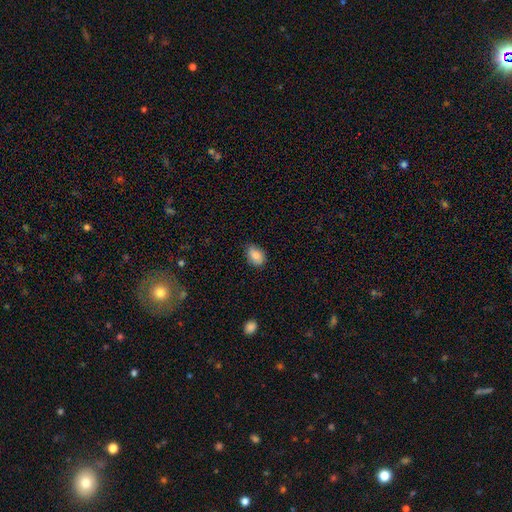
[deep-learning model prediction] This is clearly a smooth galaxy (87%). How rounded: clearly in between (83%). Merging: likely none (75%).